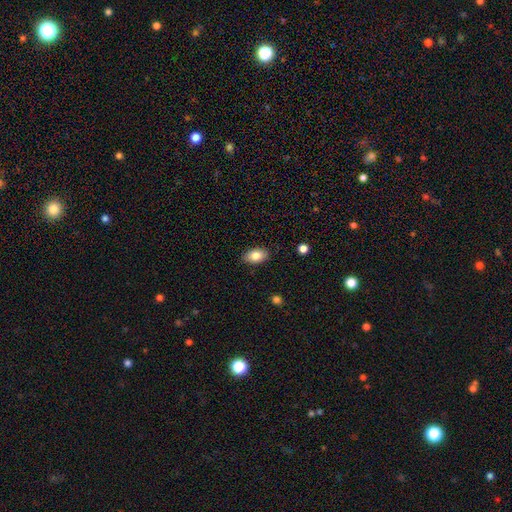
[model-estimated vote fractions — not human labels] Smooth or featured? Predicted: smooth (p=0.83). How rounded? Predicted: in between (p=0.91). Merging? Predicted: none (p=0.86).